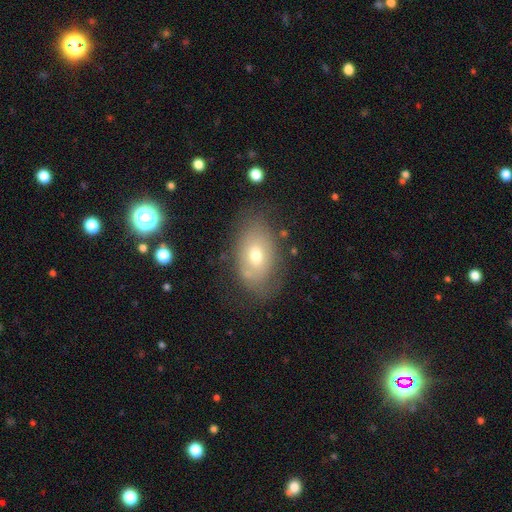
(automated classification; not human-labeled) The model was most divided on "smooth or featured": smooth: 59%, featured or disk: 31%, star or artifact: 10%. More confident: how rounded — in between (89%); merging — none (66%).